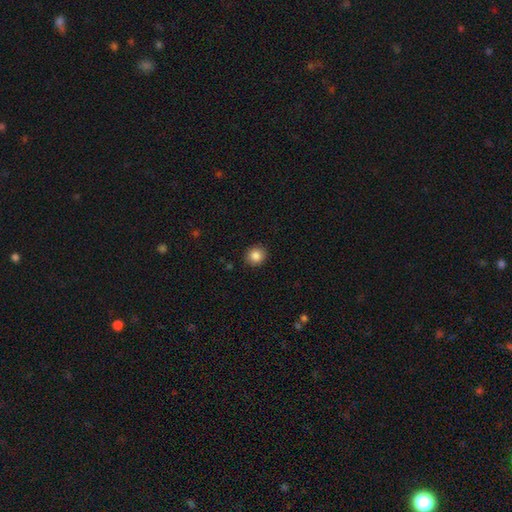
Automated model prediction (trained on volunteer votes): A smooth galaxy with no disk features (86%) that is round (87%). Merging: none (91%).